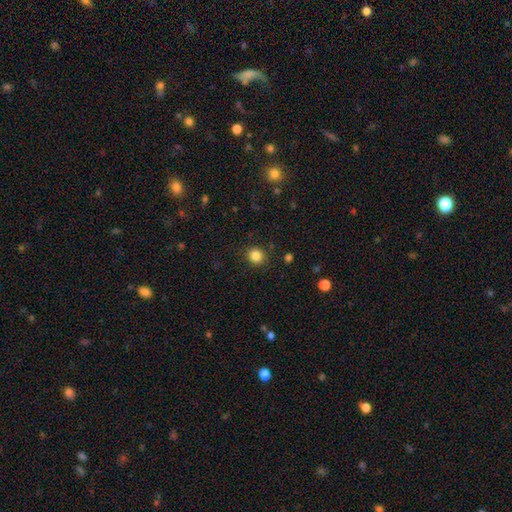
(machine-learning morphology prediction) smooth-or-featured: smooth: 84% | star or artifact: 11% | featured or disk: 4%
  how-rounded: round: 86% | in between: 13% | cigar-shaped: 1%
  merging: none: 89% | minor disturbance: 7% | major disturbance: 2% | merger: 1%